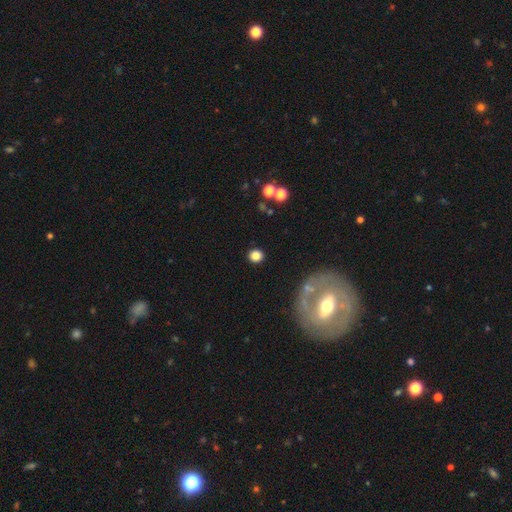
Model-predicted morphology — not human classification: Smooth or featured?
  - smooth: 83% *
  - star or artifact: 11%
  - featured or disk: 7%
How rounded?
  - round: 86% *
  - in between: 13%
  - cigar-shaped: 1%
Merging?
  - none: 89% *
  - minor disturbance: 6%
  - major disturbance: 3%
  - merger: 2%